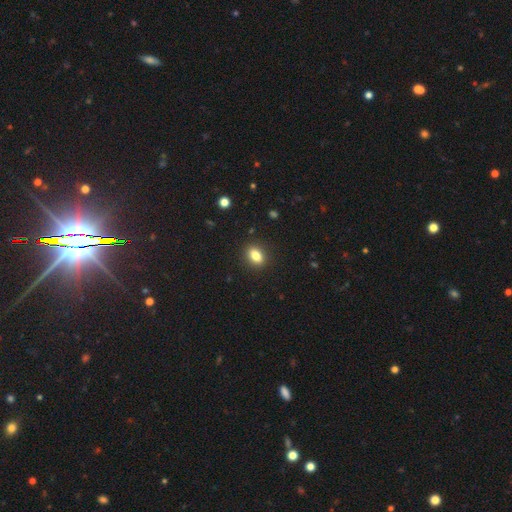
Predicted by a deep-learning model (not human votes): Smooth or featured?
  - smooth: 83% *
  - star or artifact: 9%
  - featured or disk: 8%
How rounded?
  - in between: 76% *
  - round: 21%
  - cigar-shaped: 3%
Merging?
  - none: 89% *
  - minor disturbance: 8%
  - major disturbance: 2%
  - merger: 1%